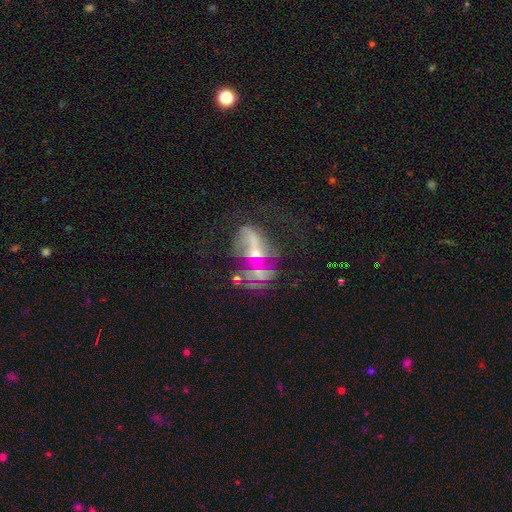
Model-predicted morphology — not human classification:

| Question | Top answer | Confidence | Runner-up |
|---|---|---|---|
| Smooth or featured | featured or disk | 58% | star or artifact (21%) |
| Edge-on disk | no | 94% | yes (6%) |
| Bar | no | 64% | weak (23%) |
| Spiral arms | no | 53% | yes (47%) |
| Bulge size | small | 52% | moderate (28%) |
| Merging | merger | 34% | major disturbance (30%) |